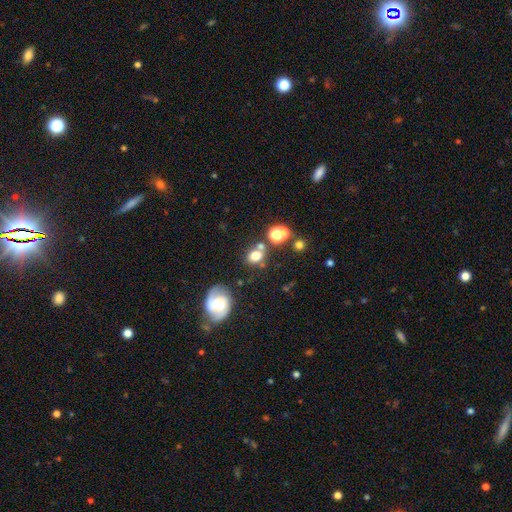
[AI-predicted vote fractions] This appears to be a smooth galaxy with no disk features (72%) that is round (55%). Merging: none (59%).